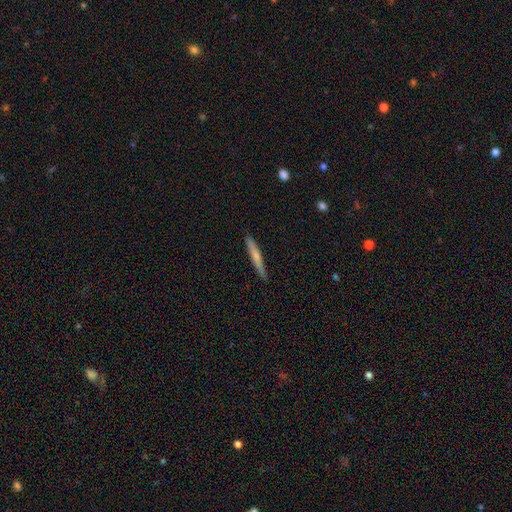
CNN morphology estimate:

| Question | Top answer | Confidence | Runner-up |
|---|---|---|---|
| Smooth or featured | smooth | 58% | featured or disk (36%) |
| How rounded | cigar-shaped | 96% | in between (3%) |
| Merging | none | 88% | minor disturbance (9%) |